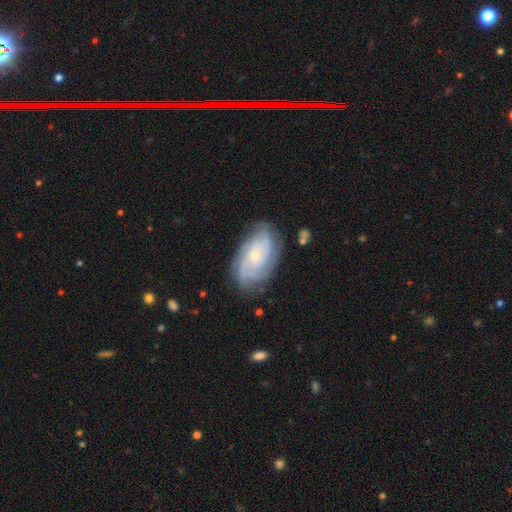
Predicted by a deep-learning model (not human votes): Smooth or featured: featured or disk — 80% (smooth — 14%)
Edge-on disk: no — 96% (yes — 4%)
Bar: no — 70% (weak — 26%)
Spiral arms: yes — 95% (no — 5%)
Spiral winding: tight — 66% (medium — 27%)
Spiral arm count: can't tell — 33% (3 — 23%)
Bulge size: small — 70% (moderate — 24%)
Merging: none — 76% (minor disturbance — 17%)